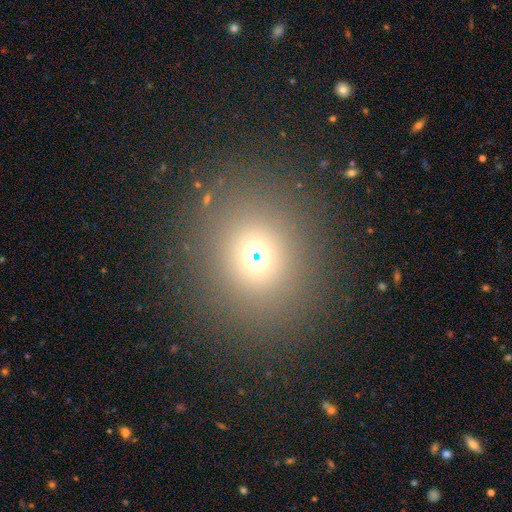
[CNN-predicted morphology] smooth_or_featured: smooth (p=0.61) [alt: star or artifact p=0.29]
how_rounded: round (p=0.80) [alt: in between p=0.19]
merging: none (p=0.80) [alt: merger p=0.08]